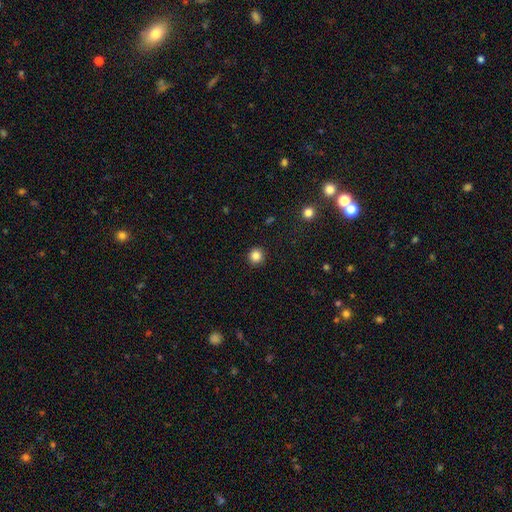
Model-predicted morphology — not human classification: smooth-or-featured: smooth: 85% | star or artifact: 11% | featured or disk: 4%
  how-rounded: round: 94% | in between: 5% | cigar-shaped: 1%
  merging: none: 92% | minor disturbance: 5% | major disturbance: 2% | merger: 1%